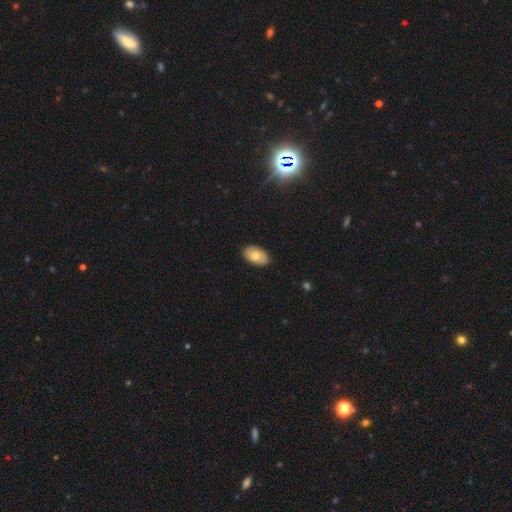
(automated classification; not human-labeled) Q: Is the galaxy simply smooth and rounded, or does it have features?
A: smooth — 75%.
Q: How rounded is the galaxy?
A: in between — 93%.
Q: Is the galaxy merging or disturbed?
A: none — 87%.